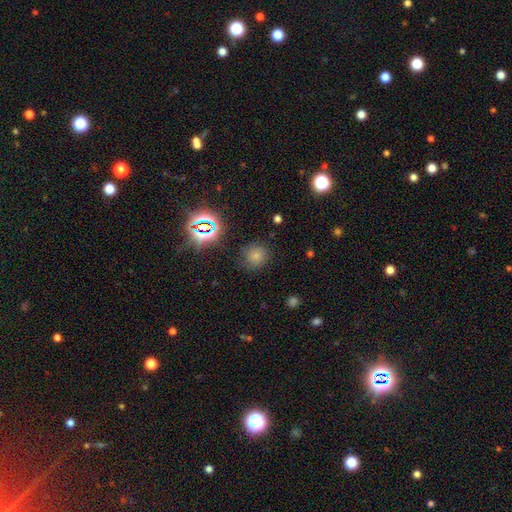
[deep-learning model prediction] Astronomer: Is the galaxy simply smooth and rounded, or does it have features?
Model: smooth — 67%.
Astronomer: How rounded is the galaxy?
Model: round — 85%.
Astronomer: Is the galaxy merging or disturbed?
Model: none — 77%.